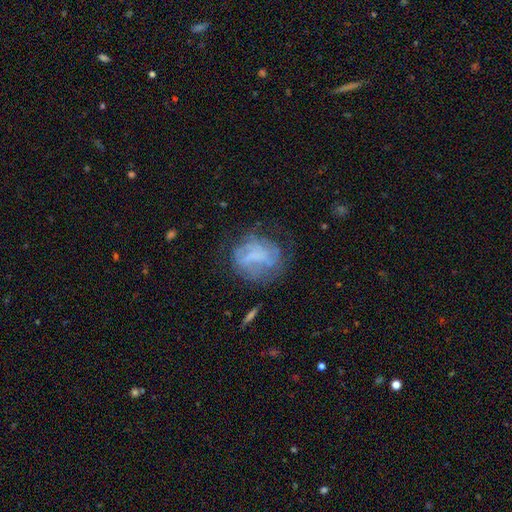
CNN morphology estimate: smooth-or-featured: featured or disk: 51% | smooth: 36% | star or artifact: 13%
  disk-edge-on: no: 97% | yes: 3%
  merging: none: 51% | major disturbance: 23% | minor disturbance: 23% | merger: 3%